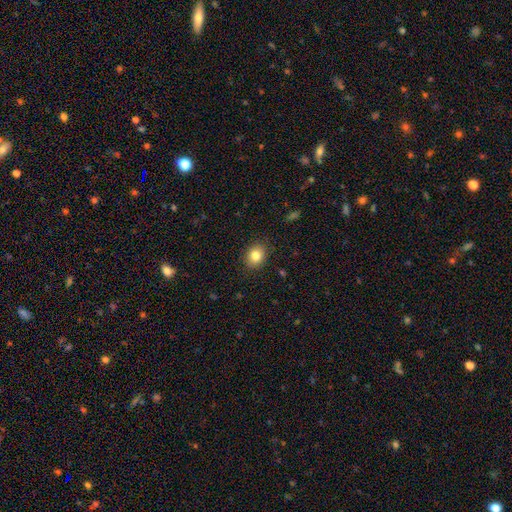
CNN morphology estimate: Smooth or featured?
  - smooth: 82% *
  - star or artifact: 10%
  - featured or disk: 8%
How rounded?
  - round: 52% *
  - in between: 47%
  - cigar-shaped: 1%
Merging?
  - none: 88% *
  - minor disturbance: 9%
  - major disturbance: 2%
  - merger: 1%